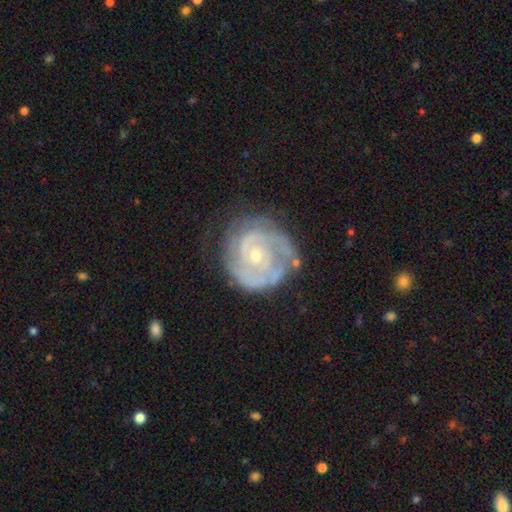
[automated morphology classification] A featured or disk galaxy (85%) with no bar (72%), 2 (42%) tight (70%) spiral arms (93%) and a small central bulge (68%). Merging: none (68%).